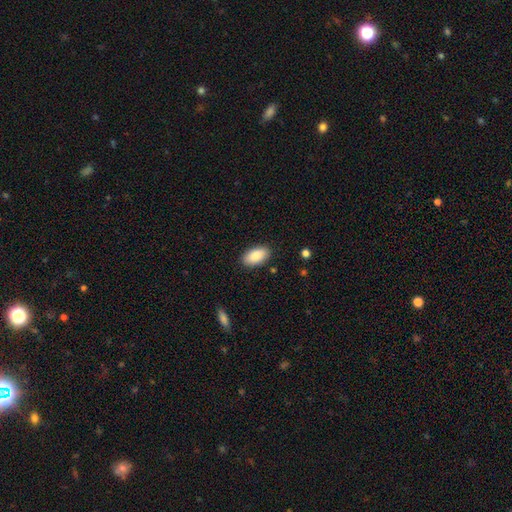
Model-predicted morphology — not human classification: A smooth galaxy with no disk features (87%) that is in between round and cigar-shaped (95%). Merging: none (88%).